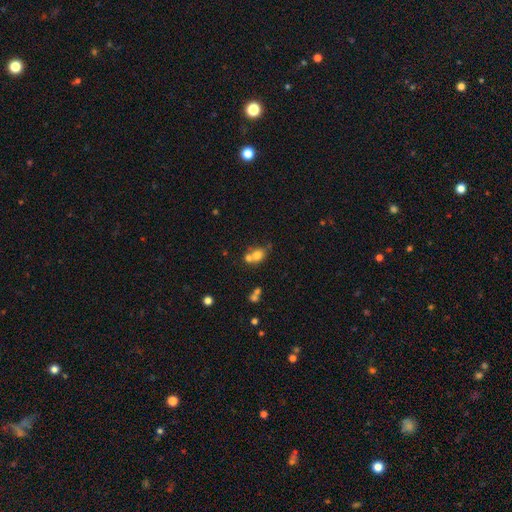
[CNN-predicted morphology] smooth_or_featured: smooth (p=0.72) [alt: featured or disk p=0.15]
how_rounded: round (p=0.57) [alt: in between p=0.42]
merging: merger (p=0.45) [alt: none p=0.40]